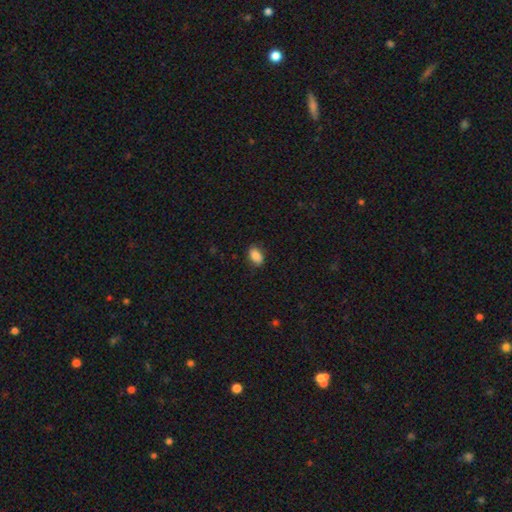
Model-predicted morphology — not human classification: Smooth or featured?
  - smooth: 87% *
  - star or artifact: 8%
  - featured or disk: 5%
How rounded?
  - in between: 87% *
  - round: 11%
  - cigar-shaped: 2%
Merging?
  - none: 83% *
  - minor disturbance: 14%
  - major disturbance: 3%
  - merger: 1%